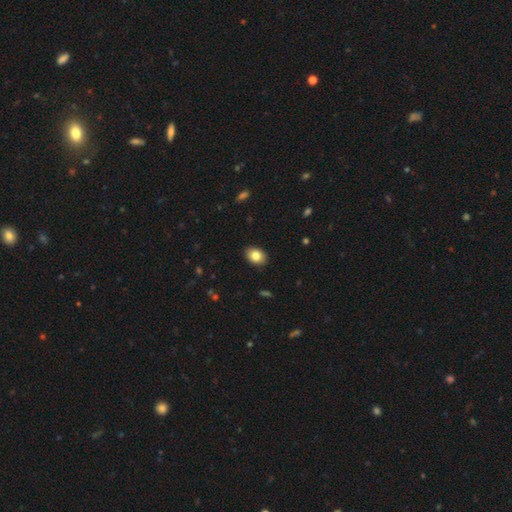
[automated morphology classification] A smooth galaxy with no disk features (84%) that is in between round and cigar-shaped (76%).

Vote fractions:
- Smooth or featured? smooth: 84% / featured or disk: 8% / star or artifact: 8%
- How rounded? in between: 76% / round: 23% / cigar-shaped: 1%
- Merging? none: 90% / minor disturbance: 8% / major disturbance: 2% / merger: 1%